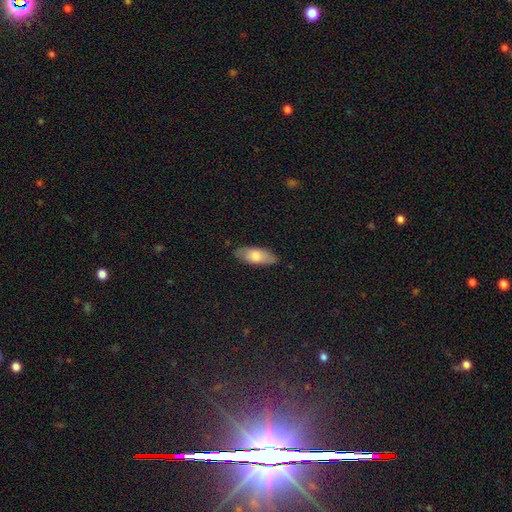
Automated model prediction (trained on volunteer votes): Overall: smooth (71%). How rounded: in between (79%). Merging: none (84%).